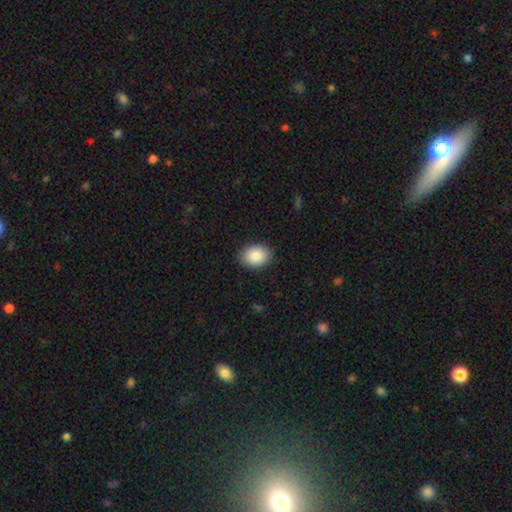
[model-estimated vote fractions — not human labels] smooth 89%, star or artifact 7%, featured or disk 4%. Down the decision tree: how rounded — in between (69%); merging — none (88%).